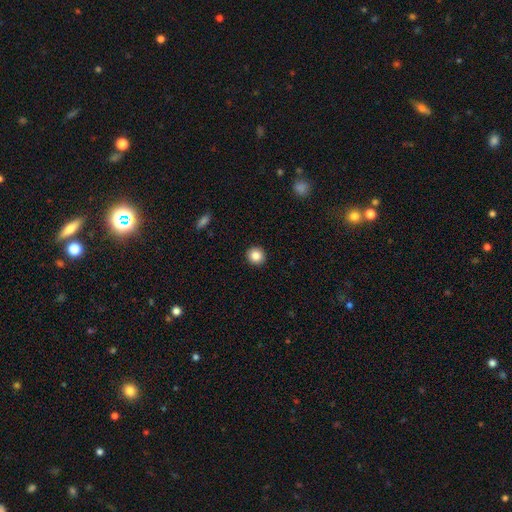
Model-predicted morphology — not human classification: smooth_or_featured: smooth (p=0.86) [alt: star or artifact p=0.09]
how_rounded: round (p=0.92) [alt: in between p=0.07]
merging: none (p=0.93) [alt: minor disturbance p=0.05]